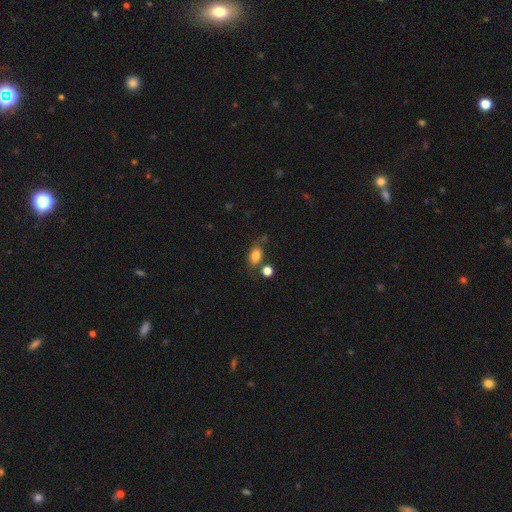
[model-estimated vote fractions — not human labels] Morphology: type=smooth (78%); roundness=in between (76%); merging=none (56%).